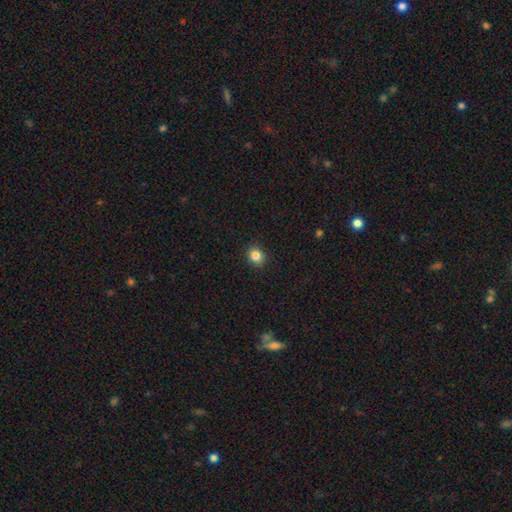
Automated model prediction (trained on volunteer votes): Smooth or featured? smooth (85%)
How rounded? round (70%)
Merging? none (89%)